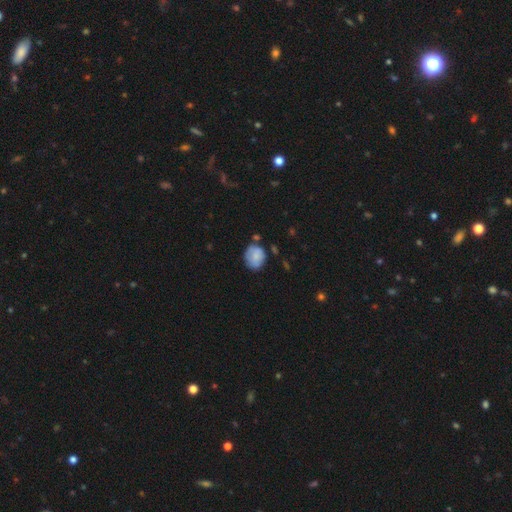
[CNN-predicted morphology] A smooth galaxy with no disk features (78%) that is round (65%).

Vote fractions:
- Smooth or featured? smooth: 78% / featured or disk: 15% / star or artifact: 7%
- How rounded? round: 65% / in between: 34% / cigar-shaped: 1%
- Merging? none: 60% / minor disturbance: 26% / merger: 7% / major disturbance: 7%